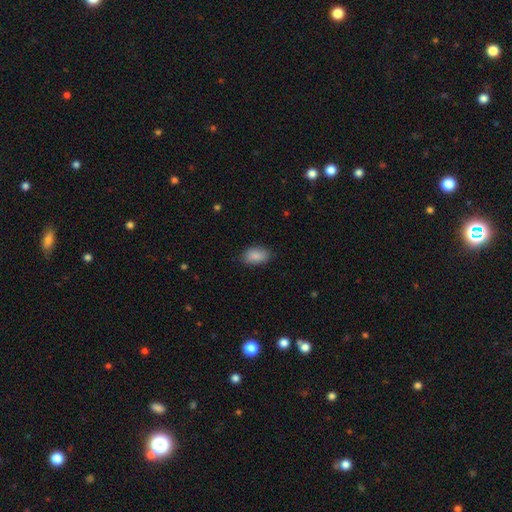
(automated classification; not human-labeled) Smooth or featured: smooth — 89% (star or artifact — 7%)
How rounded: in between — 91% (round — 8%)
Merging: none — 82% (minor disturbance — 14%)